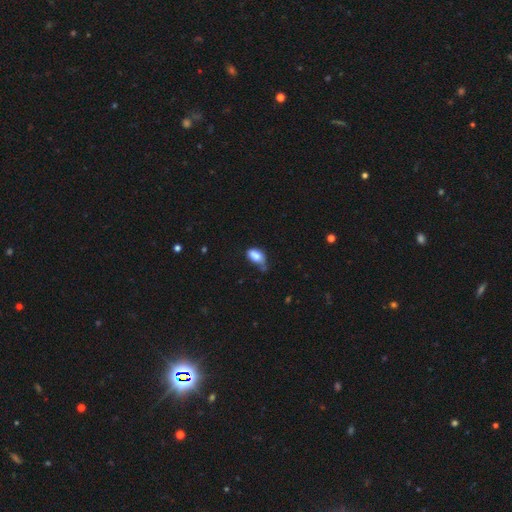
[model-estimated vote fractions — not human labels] Q: Smooth or featured?
A: smooth (78%); runner-up: featured or disk (14%)
Q: How rounded?
A: in between (88%); runner-up: round (8%)
Q: Merging?
A: minor disturbance (41%); runner-up: none (27%)